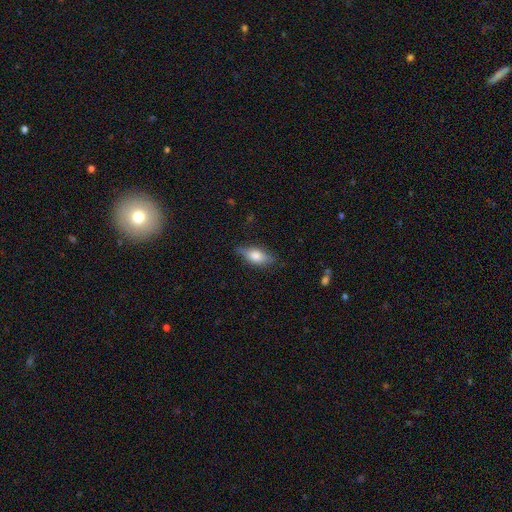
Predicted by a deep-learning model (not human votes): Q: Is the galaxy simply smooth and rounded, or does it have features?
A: smooth — 61%.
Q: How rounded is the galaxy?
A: in between — 76%.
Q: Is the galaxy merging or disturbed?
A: none — 75%.